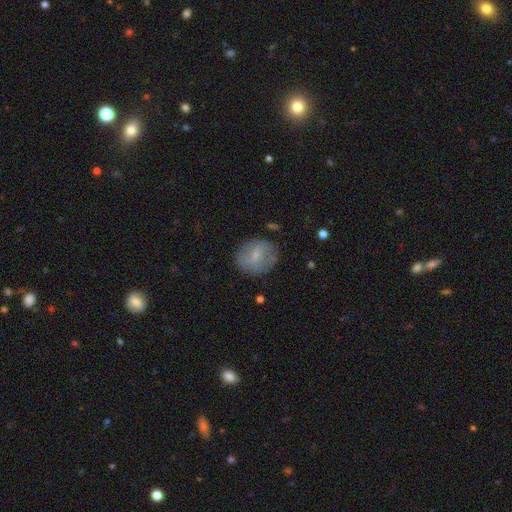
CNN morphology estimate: Q: Smooth or featured?
A: smooth (61%); runner-up: featured or disk (31%)
Q: How rounded?
A: round (74%); runner-up: in between (25%)
Q: Merging?
A: none (75%); runner-up: minor disturbance (17%)